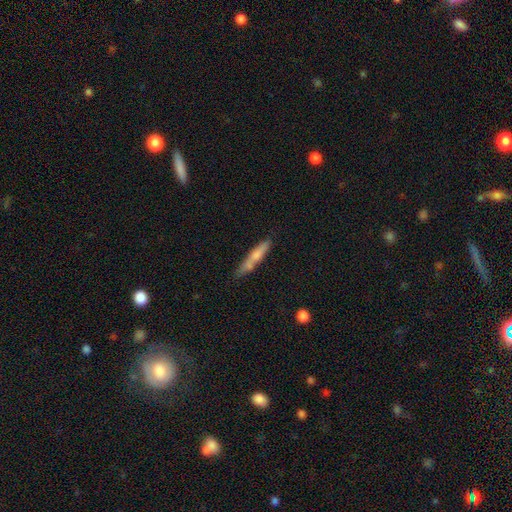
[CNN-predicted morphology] This is likely a smooth galaxy (62%). How rounded: clearly cigar-shaped (88%). Merging: likely none (63%).